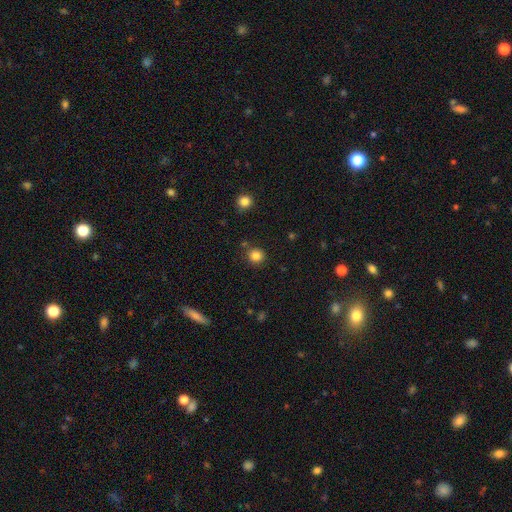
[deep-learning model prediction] A smooth galaxy with no disk features (83%) that is round (90%).

Vote fractions:
- Smooth or featured? smooth: 83% / star or artifact: 12% / featured or disk: 5%
- How rounded? round: 90% / in between: 9% / cigar-shaped: 1%
- Merging? none: 84% / minor disturbance: 9% / merger: 5% / major disturbance: 3%